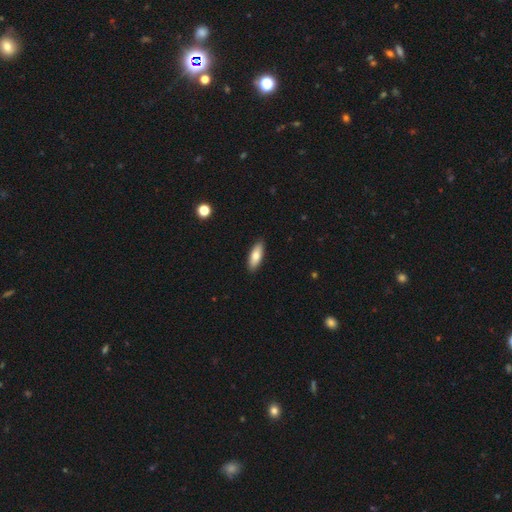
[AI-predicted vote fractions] Smooth or featured? Predicted: smooth (p=0.77). How rounded? Predicted: in between (p=0.68). Merging? Predicted: none (p=0.90).